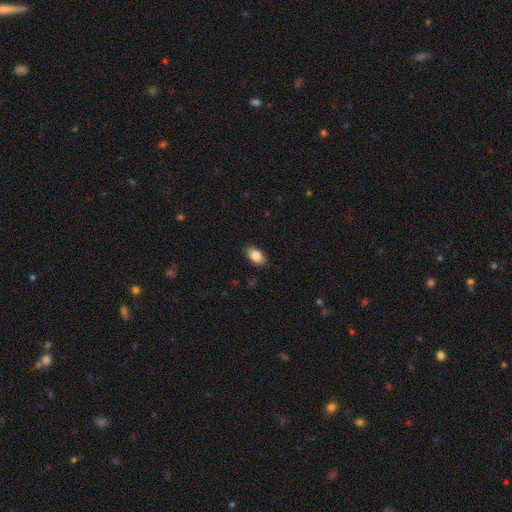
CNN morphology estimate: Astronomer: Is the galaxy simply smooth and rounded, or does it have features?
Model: smooth — 86%.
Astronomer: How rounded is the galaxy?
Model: in between — 90%.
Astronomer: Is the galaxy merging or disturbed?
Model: none — 86%.